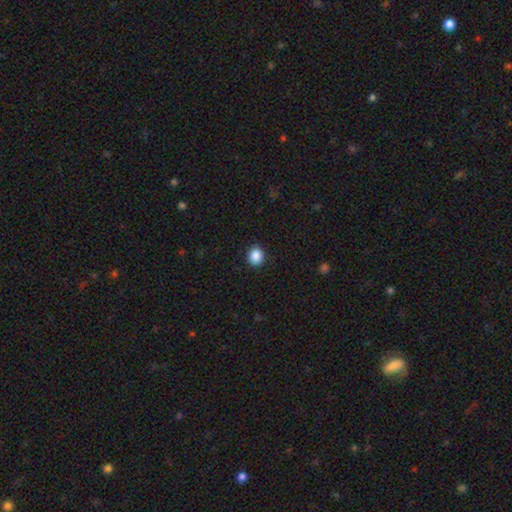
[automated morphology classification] Smooth or featured? Predicted: smooth (p=0.88). How rounded? Predicted: round (p=0.70). Merging? Predicted: none (p=0.89).